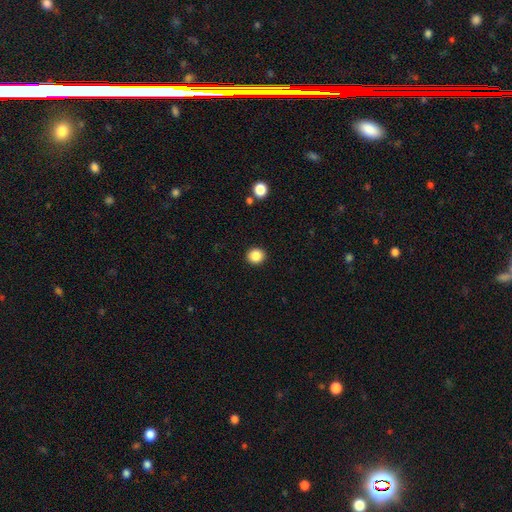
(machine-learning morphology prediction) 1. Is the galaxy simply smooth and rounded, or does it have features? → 87% smooth, 10% star or artifact, 4% featured or disk.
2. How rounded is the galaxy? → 86% round, 13% in between, 1% cigar-shaped.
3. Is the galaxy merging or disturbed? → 92% none, 5% minor disturbance, 2% major disturbance, 1% merger.